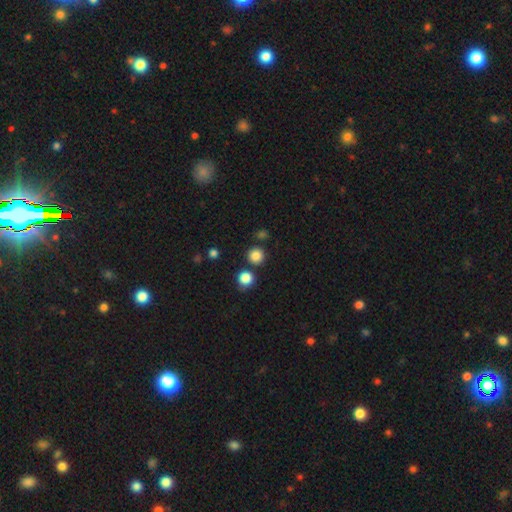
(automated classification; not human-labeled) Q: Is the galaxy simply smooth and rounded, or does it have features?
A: smooth — 84%.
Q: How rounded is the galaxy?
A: round — 94%.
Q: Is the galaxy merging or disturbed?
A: none — 84%.